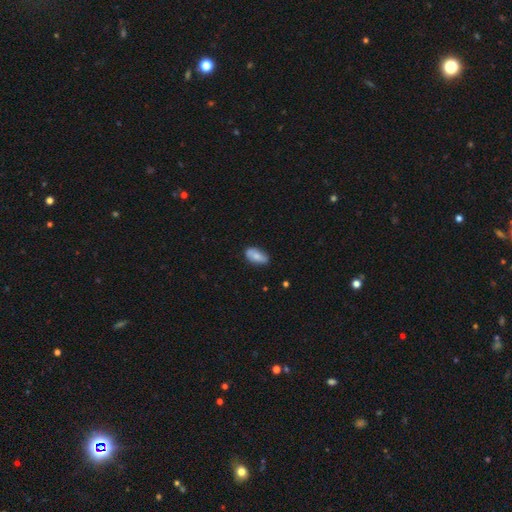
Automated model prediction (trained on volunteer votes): Smooth or featured? smooth (75%)
How rounded? in between (89%)
Merging? none (73%)